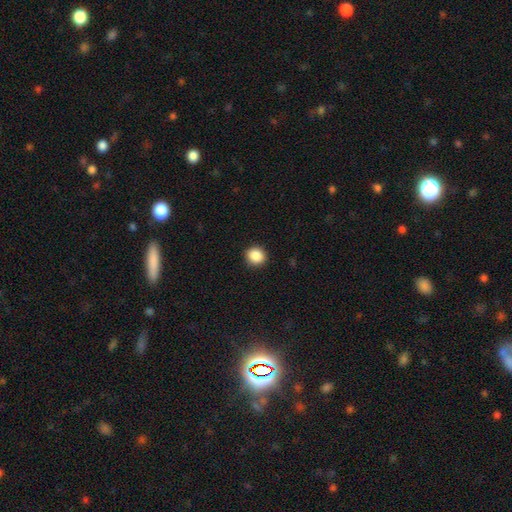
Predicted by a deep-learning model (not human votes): Smooth or featured? Predicted: smooth (p=0.88). How rounded? Predicted: round (p=0.85). Merging? Predicted: none (p=0.91).